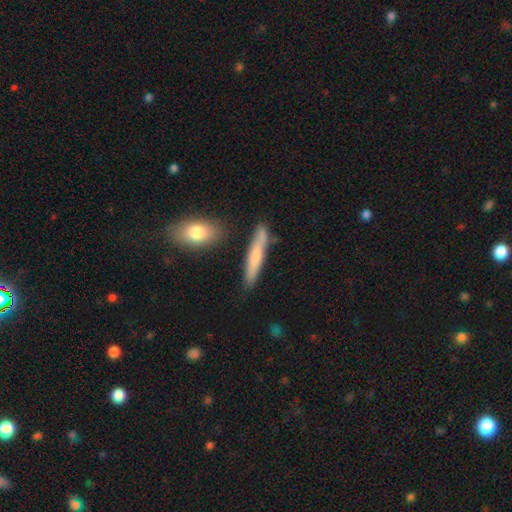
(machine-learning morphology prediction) A smooth galaxy with no disk features (63%) that is cigar-shaped (90%). Merging: none (79%).